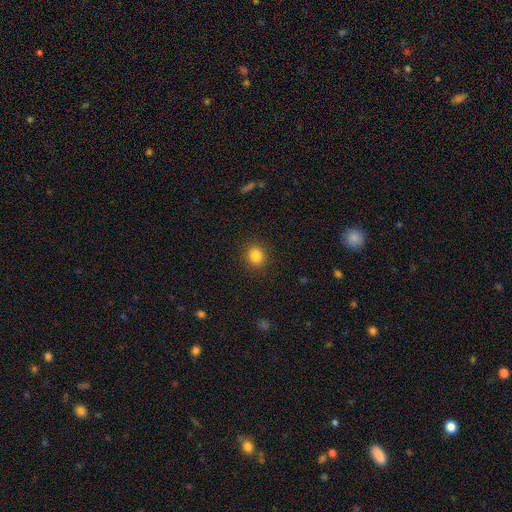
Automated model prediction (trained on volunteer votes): Smooth or featured? smooth (84%)
How rounded? round (82%)
Merging? none (90%)